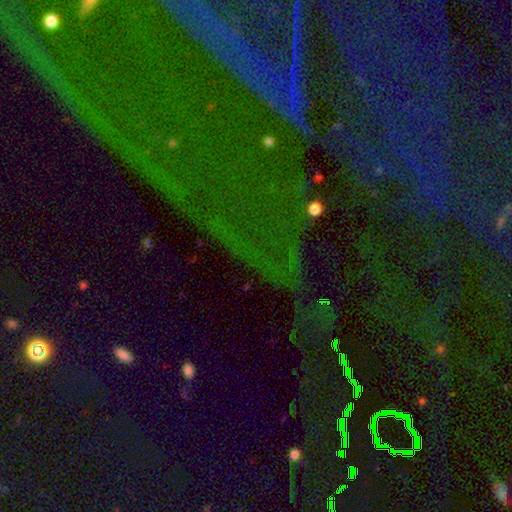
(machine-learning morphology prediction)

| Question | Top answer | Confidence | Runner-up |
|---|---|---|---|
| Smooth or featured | star or artifact | 73% | smooth (14%) |